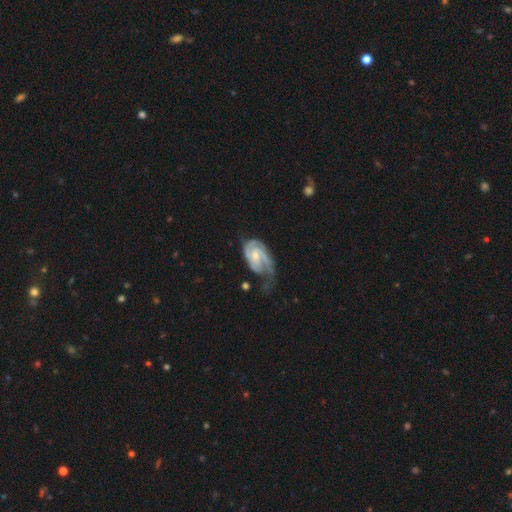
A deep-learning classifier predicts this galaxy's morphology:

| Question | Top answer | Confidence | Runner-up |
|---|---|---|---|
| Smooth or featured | featured or disk | 83% | smooth (13%) |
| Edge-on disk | no | 97% | yes (3%) |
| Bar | no | 59% | weak (35%) |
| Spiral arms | yes | 95% | no (5%) |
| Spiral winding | tight | 45% | medium (39%) |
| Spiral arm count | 2 | 48% | can't tell (17%) |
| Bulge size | small | 48% | moderate (43%) |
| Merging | major disturbance | 36% | none (32%) |